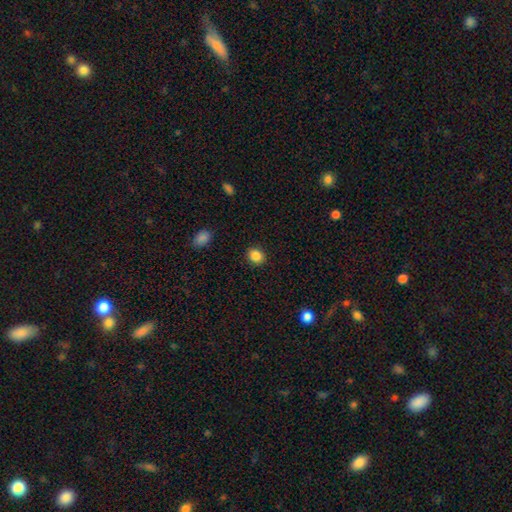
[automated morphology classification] This is clearly a smooth galaxy (86%). How rounded: likely round (70%). Merging: clearly none (90%).